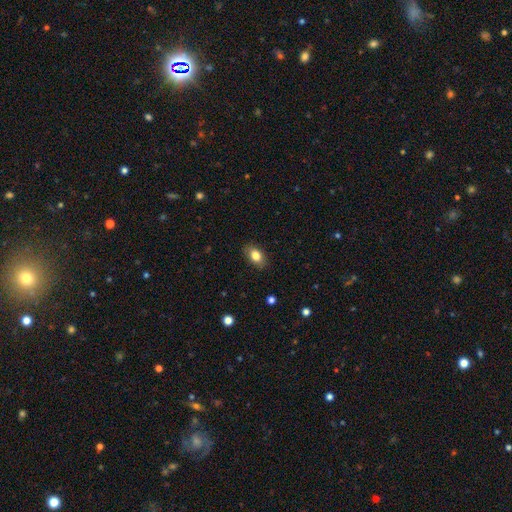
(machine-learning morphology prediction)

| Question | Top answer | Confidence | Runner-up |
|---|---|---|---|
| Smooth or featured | smooth | 83% | featured or disk (9%) |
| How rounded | in between | 86% | round (12%) |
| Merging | none | 86% | minor disturbance (11%) |